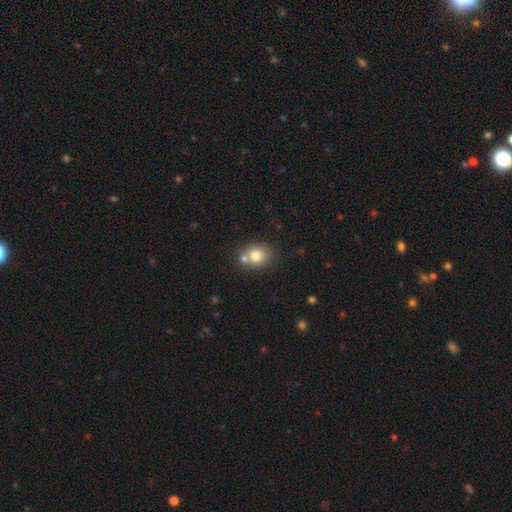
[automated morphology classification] Smooth or featured: smooth — 78% (featured or disk — 11%)
How rounded: round — 70% (in between — 29%)
Merging: none — 59% (merger — 27%)